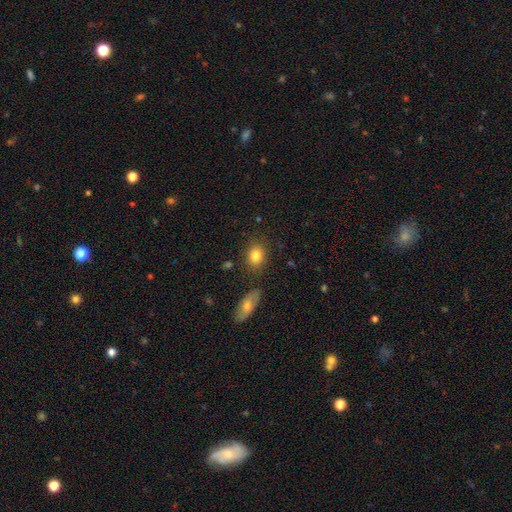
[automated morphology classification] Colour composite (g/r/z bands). It shows a smooth galaxy with no disk features (82%) that is in between round and cigar-shaped (57%). Merging: none (79%).